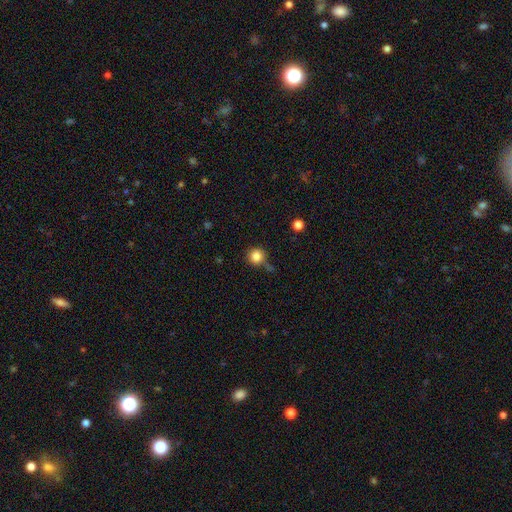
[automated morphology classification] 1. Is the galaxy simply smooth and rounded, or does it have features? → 84% smooth, 11% star or artifact, 5% featured or disk.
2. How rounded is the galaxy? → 94% round, 5% in between, 1% cigar-shaped.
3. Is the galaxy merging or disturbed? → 71% none, 15% minor disturbance, 9% merger, 5% major disturbance.